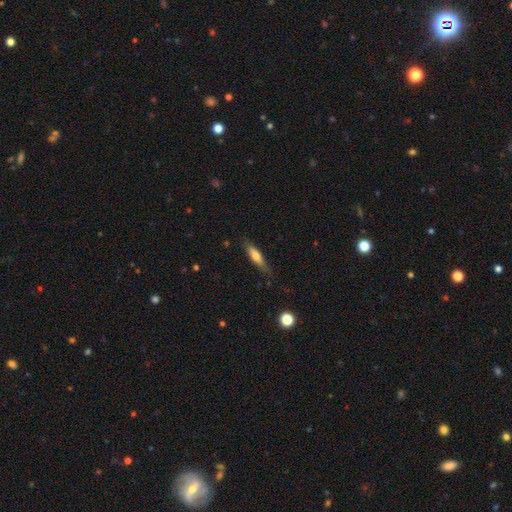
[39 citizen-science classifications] This is likely a smooth galaxy (62%). How rounded: likely cigar-shaped (79%). Merging: likely none (74%).